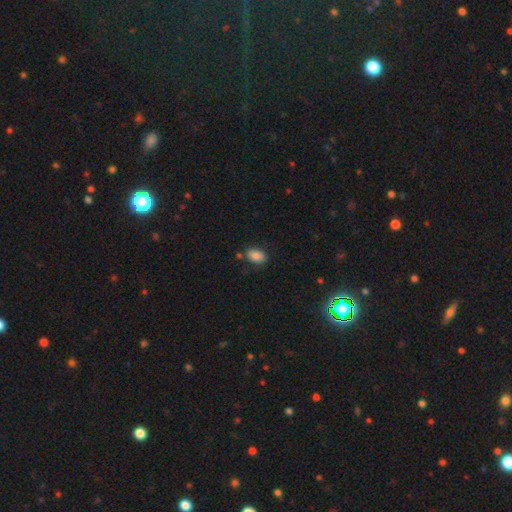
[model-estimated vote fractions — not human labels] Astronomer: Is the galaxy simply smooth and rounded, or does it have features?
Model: smooth — 85%.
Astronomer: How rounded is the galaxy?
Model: in between — 87%.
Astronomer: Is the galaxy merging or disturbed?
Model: none — 77%.